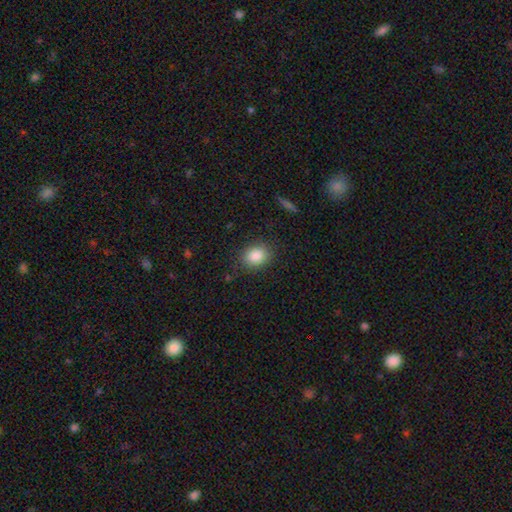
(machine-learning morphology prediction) A smooth galaxy with no disk features (87%) that is in between round and cigar-shaped (56%).

Vote fractions:
- Smooth or featured? smooth: 87% / star or artifact: 8% / featured or disk: 5%
- How rounded? in between: 56% / round: 43% / cigar-shaped: 1%
- Merging? none: 84% / minor disturbance: 11% / major disturbance: 4% / merger: 1%